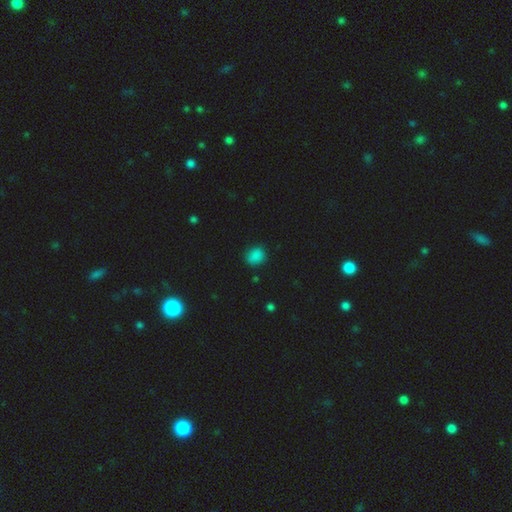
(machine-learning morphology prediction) Overall: smooth (83%). How rounded: round (65%; in between 34%). Merging: none (83%).